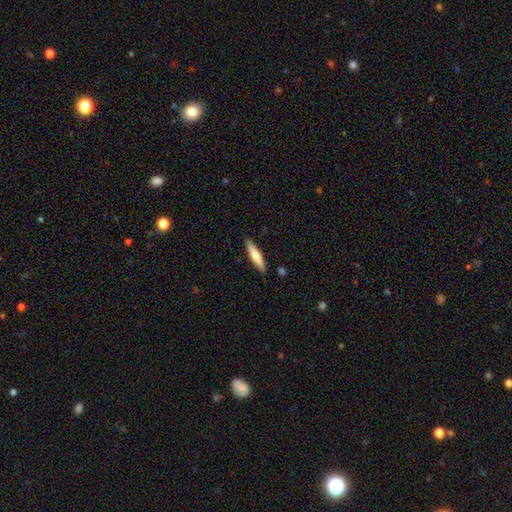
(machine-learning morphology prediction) Overall: smooth (62%; featured or disk 33%). How rounded: cigar-shaped (84%). Merging: none (88%).